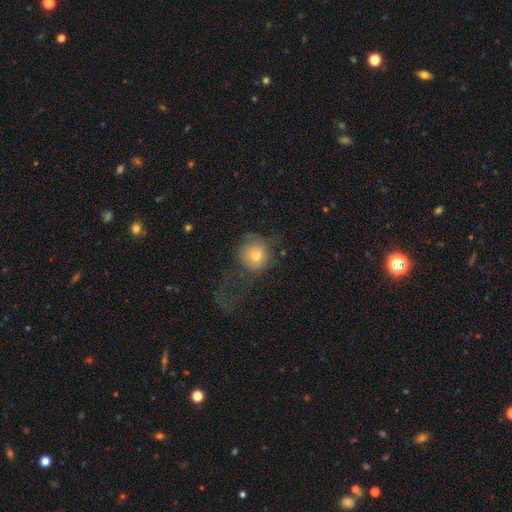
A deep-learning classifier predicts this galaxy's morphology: The model was most divided on "merging": major disturbance: 48%, none: 32%, minor disturbance: 17%, merger: 2%. More confident: how rounded — round (85%); smooth or featured — smooth (69%).